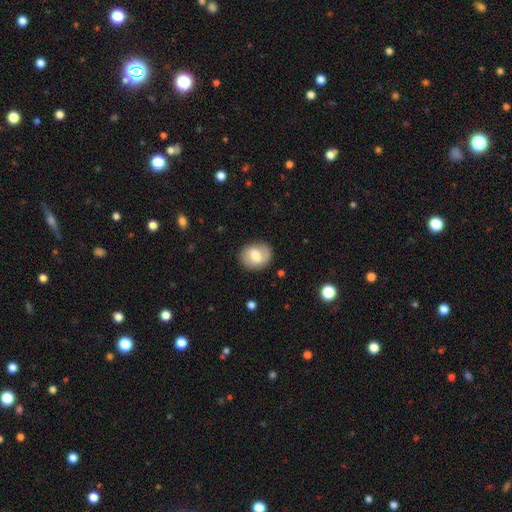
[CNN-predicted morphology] Overall: smooth (59%; featured or disk 34%). How rounded: round (57%; in between 42%). Merging: none (80%).